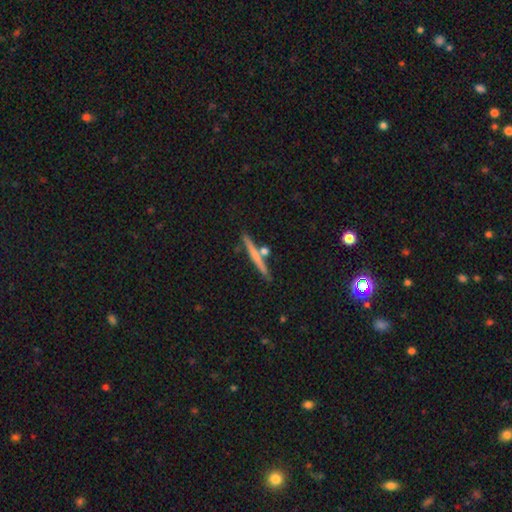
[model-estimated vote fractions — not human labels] This appears to be a smooth galaxy with no disk features (47%). Merging: none (80%).